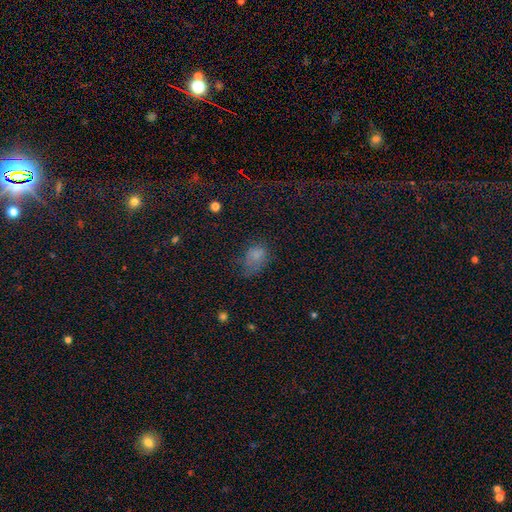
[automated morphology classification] Smooth or featured? Predicted: smooth (p=0.68). How rounded? Predicted: in between (p=0.75). Merging? Predicted: none (p=0.36).